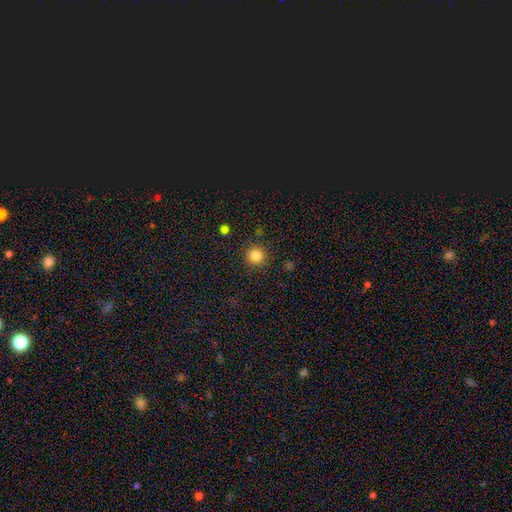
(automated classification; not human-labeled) Smooth or featured?
  - smooth: 84% *
  - star or artifact: 12%
  - featured or disk: 5%
How rounded?
  - round: 95% *
  - in between: 4%
  - cigar-shaped: 1%
Merging?
  - none: 89% *
  - minor disturbance: 6%
  - major disturbance: 3%
  - merger: 2%